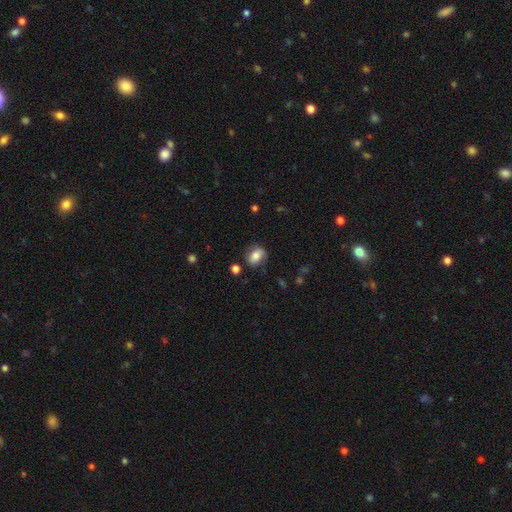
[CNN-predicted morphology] A smooth galaxy with no disk features (77%) that is in between round and cigar-shaped (64%). Merging: none (77%).